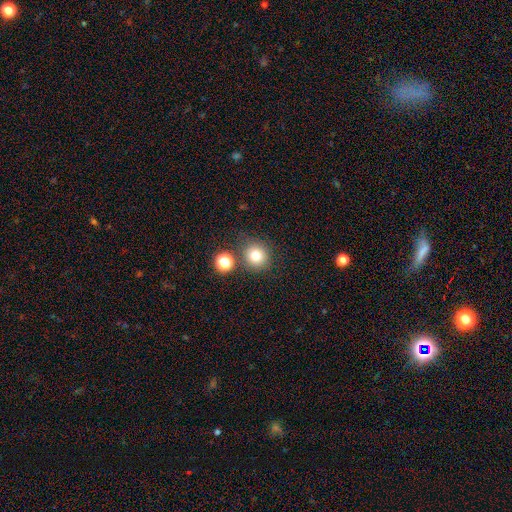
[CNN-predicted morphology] Q: Smooth or featured?
A: smooth (78%); runner-up: star or artifact (14%)
Q: How rounded?
A: round (91%); runner-up: in between (8%)
Q: Merging?
A: none (79%); runner-up: merger (9%)